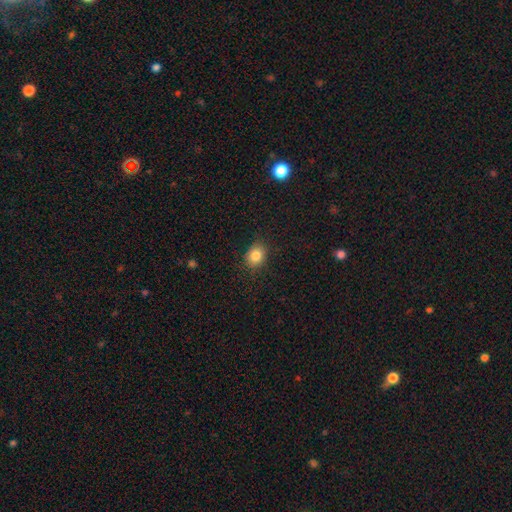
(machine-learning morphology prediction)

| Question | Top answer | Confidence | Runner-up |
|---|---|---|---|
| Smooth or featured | smooth | 84% | star or artifact (10%) |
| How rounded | round | 52% | in between (47%) |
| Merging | none | 84% | minor disturbance (12%) |